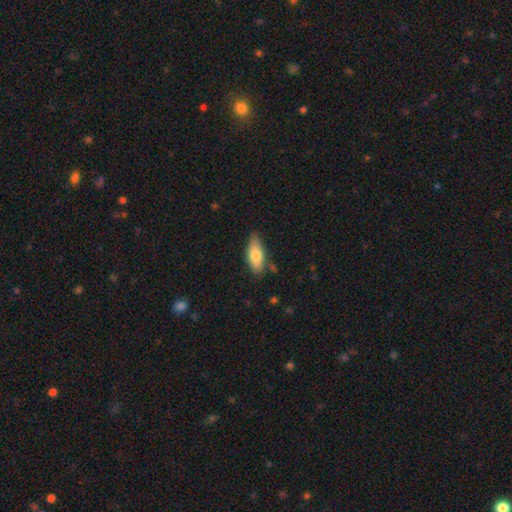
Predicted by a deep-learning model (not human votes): Smooth or featured: smooth — 74% (featured or disk — 20%)
How rounded: in between — 79% (cigar-shaped — 19%)
Merging: none — 76% (minor disturbance — 19%)